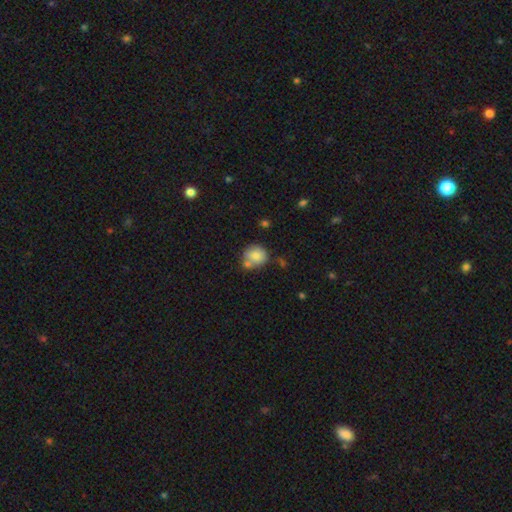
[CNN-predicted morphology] A smooth galaxy with no disk features (77%) that is round (82%).

Vote fractions:
- Smooth or featured? smooth: 77% / featured or disk: 14% / star or artifact: 9%
- How rounded? round: 82% / in between: 17% / cigar-shaped: 1%
- Merging? none: 56% / merger: 22% / minor disturbance: 17% / major disturbance: 5%